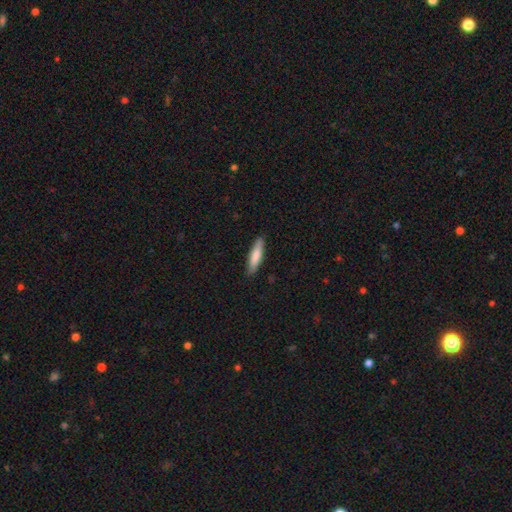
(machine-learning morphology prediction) Smooth or featured? smooth (79%)
How rounded? cigar-shaped (76%)
Merging? none (85%)